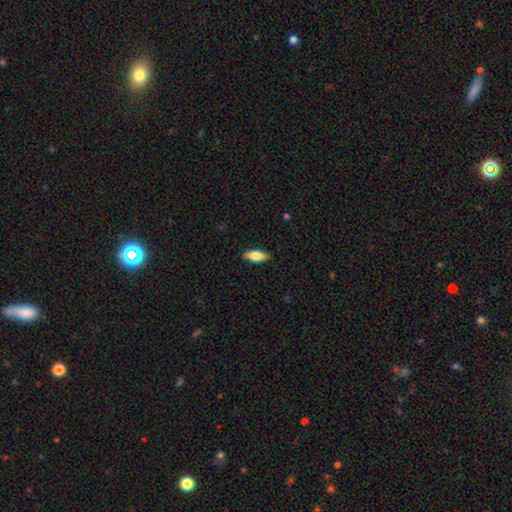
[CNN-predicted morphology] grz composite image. It shows a smooth galaxy with no disk features (69%) that is in between round and cigar-shaped (74%). Merging: none (89%).